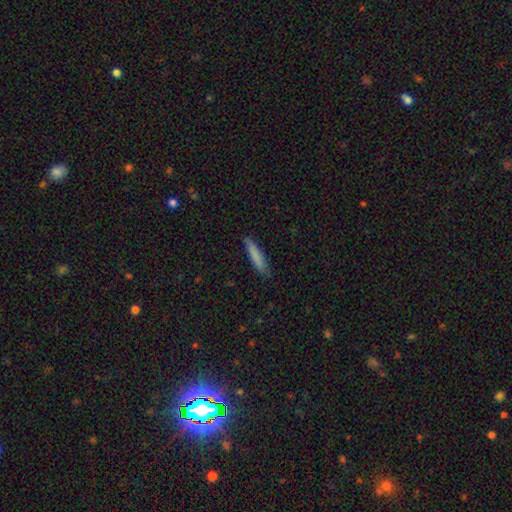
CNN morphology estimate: smooth_or_featured: smooth (p=0.80) [alt: featured or disk p=0.14]
how_rounded: cigar-shaped (p=0.89) [alt: in between p=0.09]
merging: none (p=0.85) [alt: minor disturbance p=0.12]